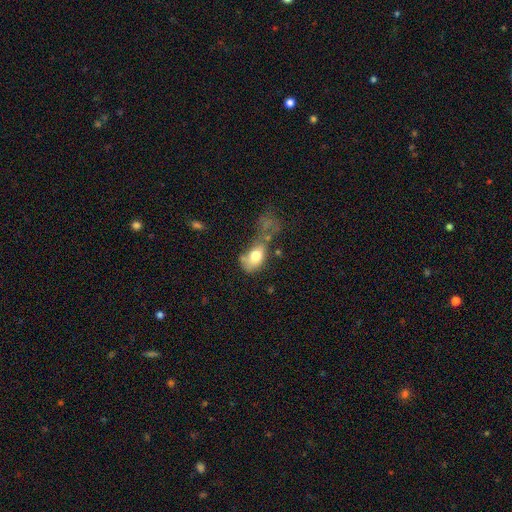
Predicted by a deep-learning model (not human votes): Q: Smooth or featured?
A: smooth (71%); runner-up: featured or disk (21%)
Q: How rounded?
A: in between (83%); runner-up: round (13%)
Q: Merging?
A: major disturbance (35%); runner-up: merger (24%)